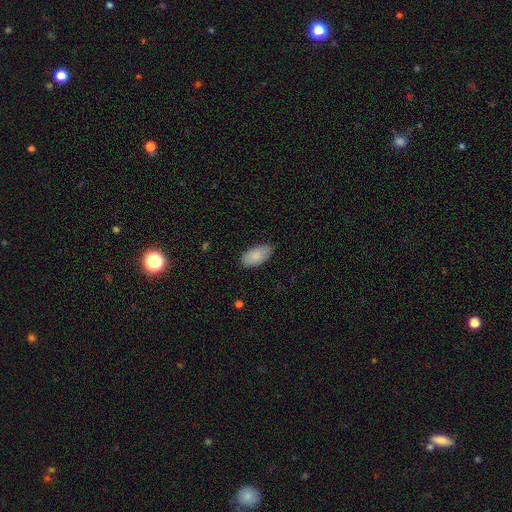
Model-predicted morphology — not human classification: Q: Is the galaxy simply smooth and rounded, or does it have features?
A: smooth — 88%.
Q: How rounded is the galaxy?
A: in between — 95%.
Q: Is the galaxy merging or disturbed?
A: none — 84%.